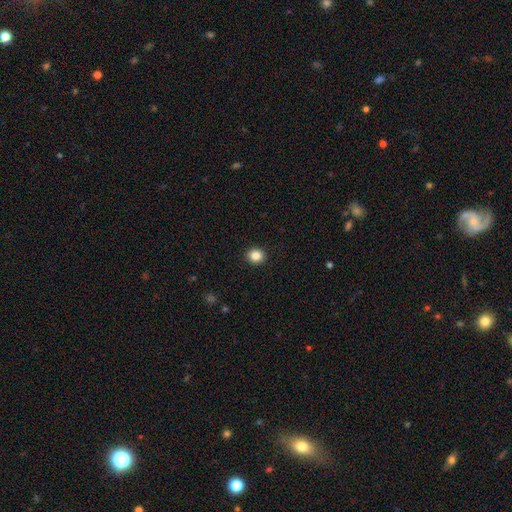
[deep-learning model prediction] Smooth or featured: smooth — 85% (star or artifact — 10%)
How rounded: round — 82% (in between — 17%)
Merging: none — 92% (minor disturbance — 5%)